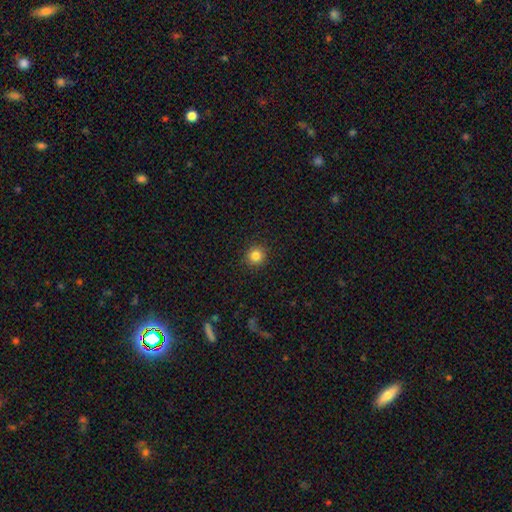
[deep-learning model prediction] Smooth or featured? smooth (84%)
How rounded? round (93%)
Merging? none (92%)